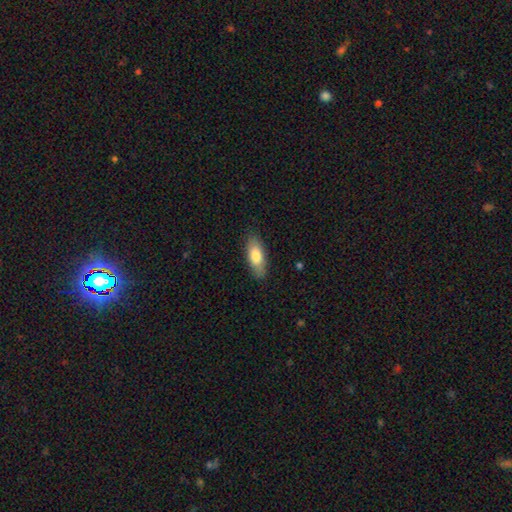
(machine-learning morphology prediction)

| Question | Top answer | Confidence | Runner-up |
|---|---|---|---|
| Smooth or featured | smooth | 80% | featured or disk (15%) |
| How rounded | in between | 74% | cigar-shaped (24%) |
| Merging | none | 84% | minor disturbance (12%) |